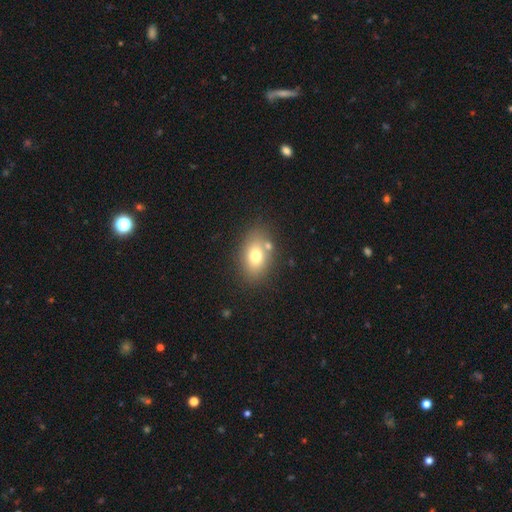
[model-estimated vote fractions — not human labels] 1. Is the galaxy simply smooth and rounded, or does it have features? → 73% smooth, 16% featured or disk, 11% star or artifact.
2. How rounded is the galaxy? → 79% in between, 20% round, 1% cigar-shaped.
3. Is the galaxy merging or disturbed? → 72% none, 13% minor disturbance, 11% merger, 4% major disturbance.